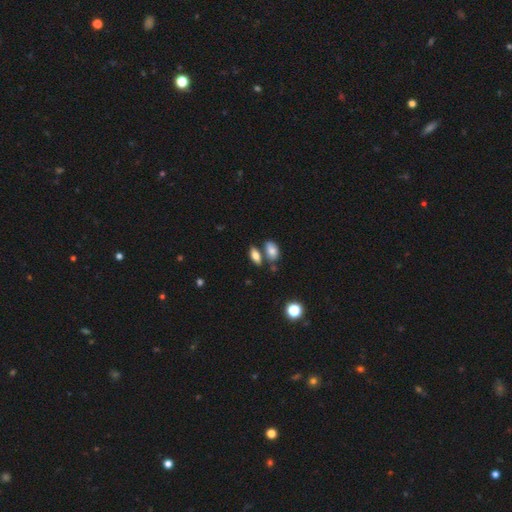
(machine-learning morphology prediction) Smooth or featured?
  - smooth: 76% *
  - featured or disk: 15%
  - star or artifact: 9%
How rounded?
  - in between: 83% *
  - cigar-shaped: 11%
  - round: 6%
Merging?
  - none: 64% *
  - merger: 20%
  - minor disturbance: 12%
  - major disturbance: 4%